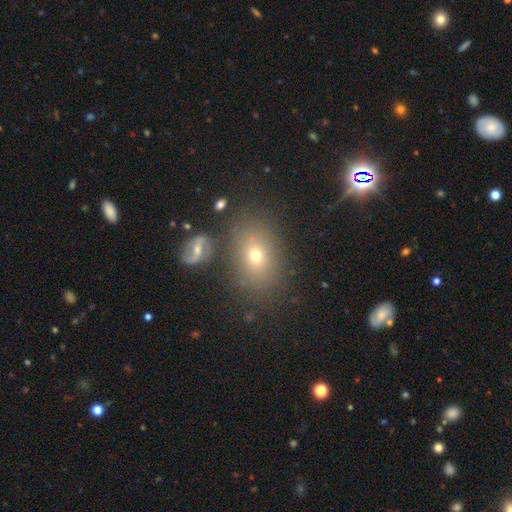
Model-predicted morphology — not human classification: A smooth galaxy with no disk features (61%) that is in between round and cigar-shaped (72%). Merging: none (76%).